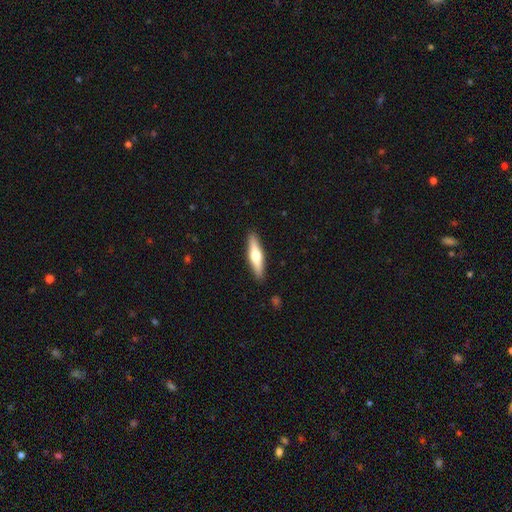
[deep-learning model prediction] Morphology: type=featured or disk (48%); merging=none (90%).